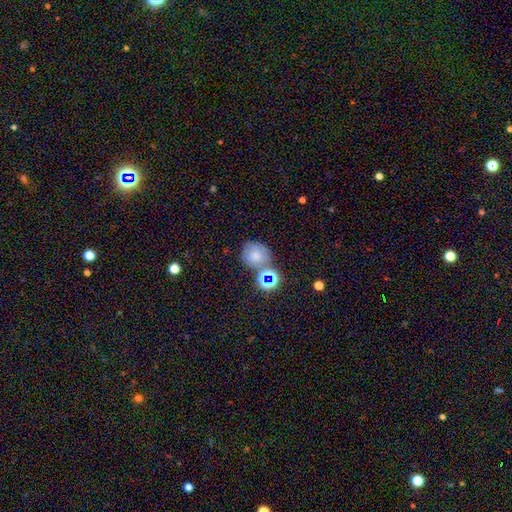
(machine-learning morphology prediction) Q: Smooth or featured?
A: smooth (69%); runner-up: star or artifact (19%)
Q: How rounded?
A: round (78%); runner-up: in between (21%)
Q: Merging?
A: none (59%); runner-up: merger (22%)